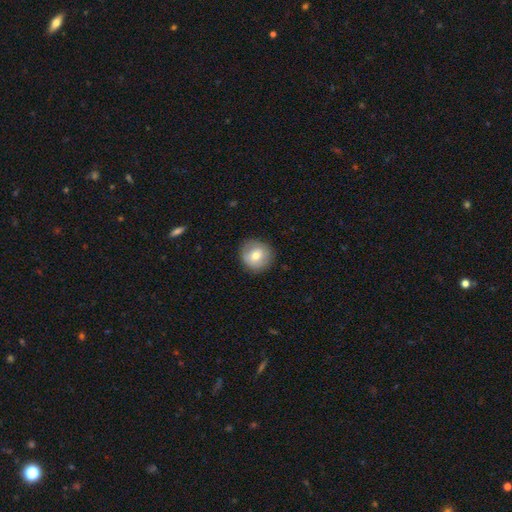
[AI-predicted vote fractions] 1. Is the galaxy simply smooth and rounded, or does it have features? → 69% smooth, 23% featured or disk, 8% star or artifact.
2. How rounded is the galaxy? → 91% round, 8% in between, 1% cigar-shaped.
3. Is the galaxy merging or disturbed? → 86% none, 10% minor disturbance, 3% major disturbance, 1% merger.